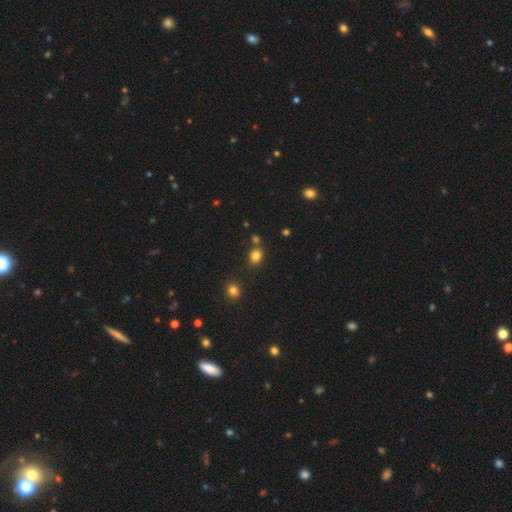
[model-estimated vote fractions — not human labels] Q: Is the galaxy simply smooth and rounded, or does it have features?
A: smooth — 82%.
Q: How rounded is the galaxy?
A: round — 52%.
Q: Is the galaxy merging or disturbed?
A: none — 75%.